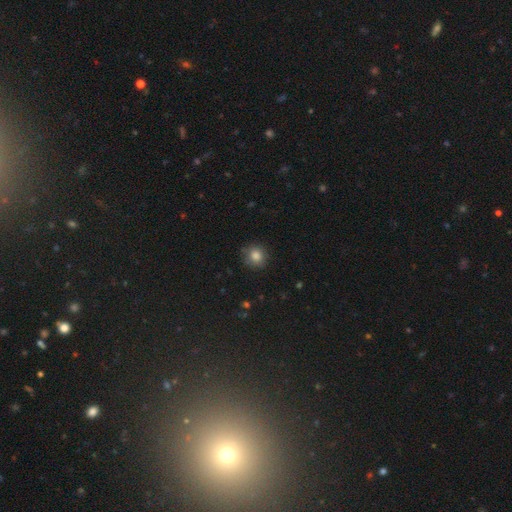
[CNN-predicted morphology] This is clearly a smooth galaxy (84%). How rounded: clearly round (89%). Merging: clearly none (83%).